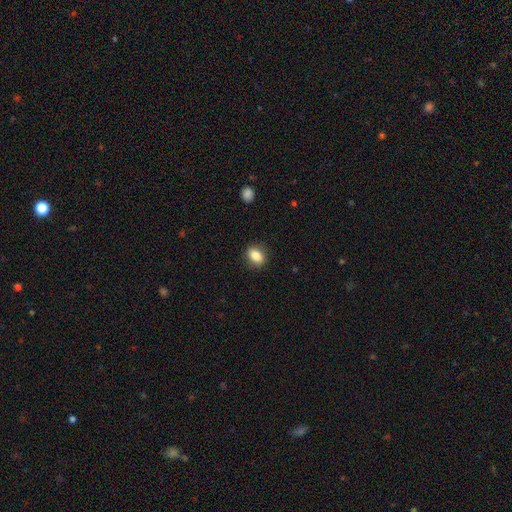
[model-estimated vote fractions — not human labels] smooth-or-featured: smooth: 86% | star or artifact: 8% | featured or disk: 6%
  how-rounded: in between: 73% | round: 25% | cigar-shaped: 2%
  merging: none: 86% | minor disturbance: 10% | major disturbance: 3% | merger: 1%